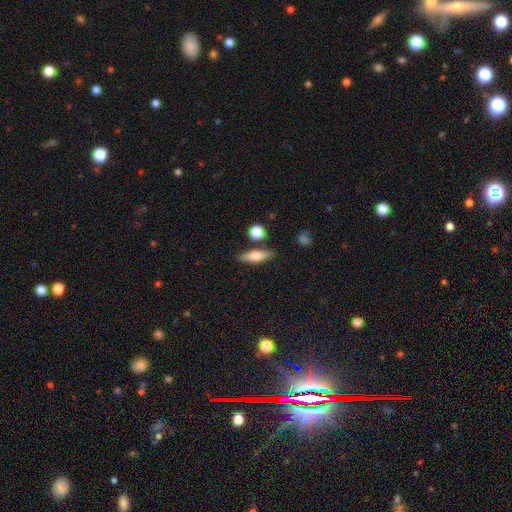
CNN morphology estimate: smooth 54%, featured or disk 39%, star or artifact 8%. Down the decision tree: how rounded — cigar-shaped (51%); merging — none (81%).